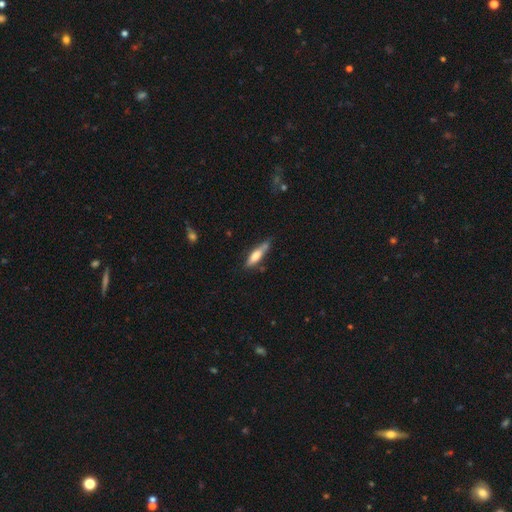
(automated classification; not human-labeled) A smooth galaxy with no disk features (66%) that is cigar-shaped (66%). Merging: none (59%).